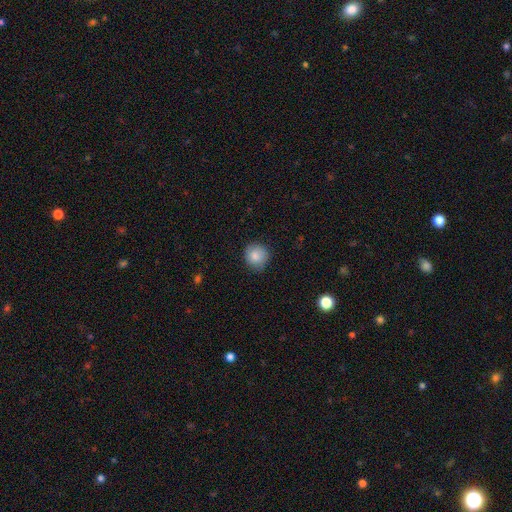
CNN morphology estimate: type=smooth (85%); roundness=round (89%); merging=none (81%).